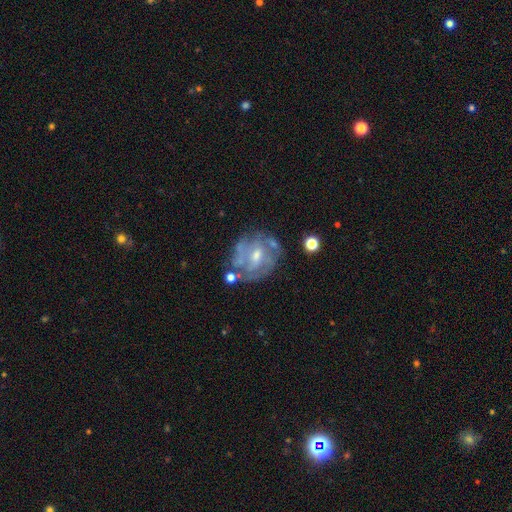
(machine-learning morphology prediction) This appears to be a featured or disk galaxy (74%) with a weak bar (46%), tight (51%) spiral arms (71%) and a moderate central bulge (49%). Merging: none (61%).